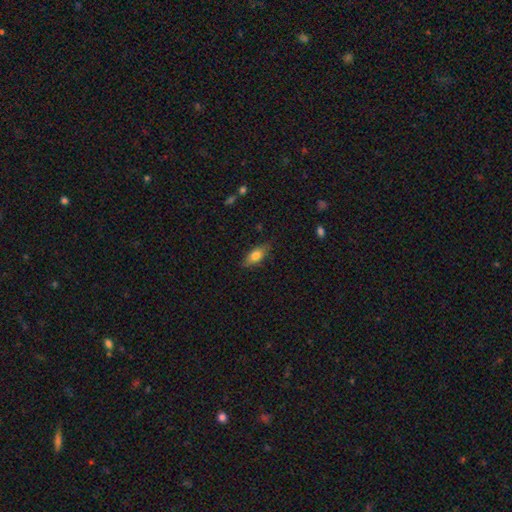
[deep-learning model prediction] smooth 71%, featured or disk 22%, star or artifact 7%. Down the decision tree: how rounded — in between (75%); merging — none (78%).